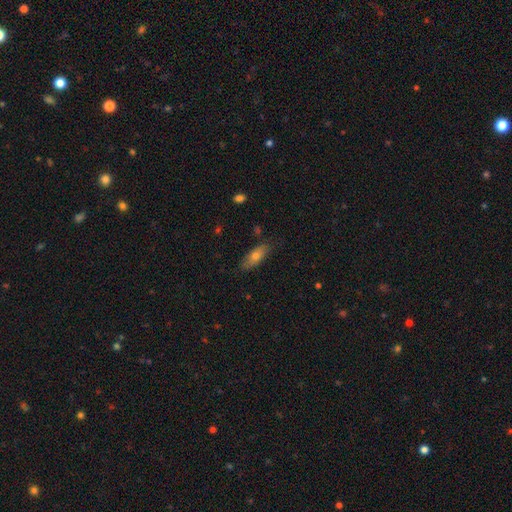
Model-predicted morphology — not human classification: This appears to be a smooth galaxy with no disk features (65%) that is in between round and cigar-shaped (66%). Merging: none (81%).